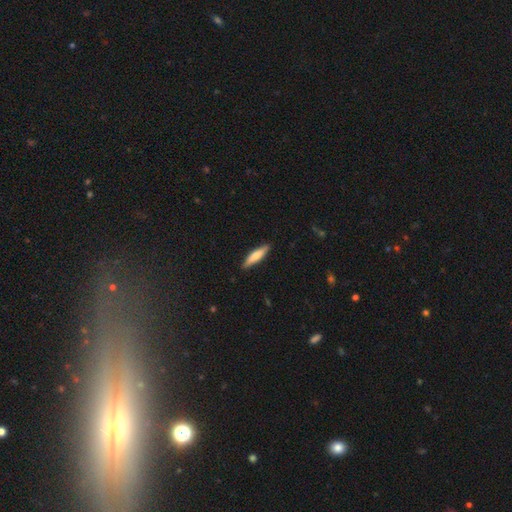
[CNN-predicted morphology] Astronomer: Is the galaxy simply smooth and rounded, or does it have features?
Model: smooth — 64%.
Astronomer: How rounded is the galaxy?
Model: cigar-shaped — 82%.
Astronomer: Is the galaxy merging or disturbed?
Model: none — 89%.